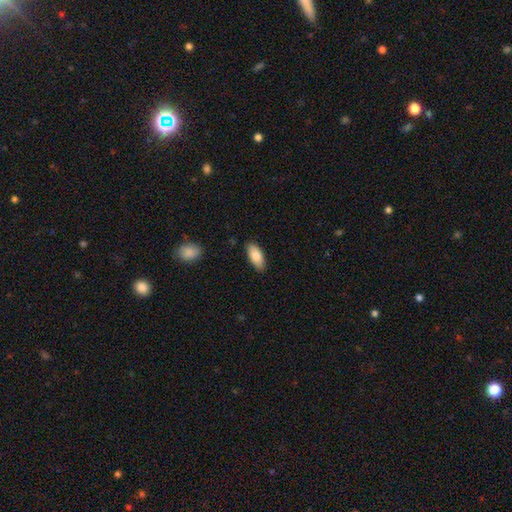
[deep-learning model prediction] A smooth galaxy with no disk features (86%) that is in between round and cigar-shaped (86%). Merging: none (85%).